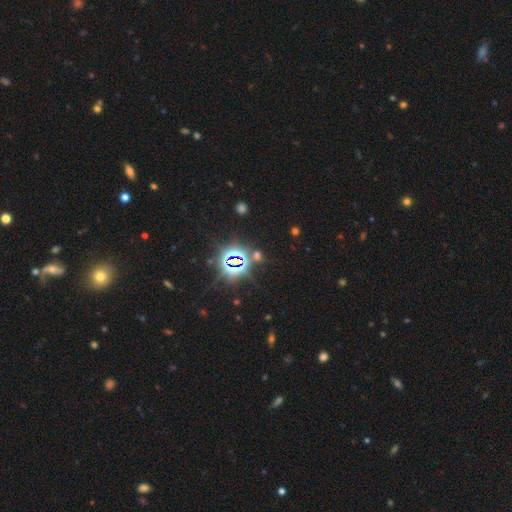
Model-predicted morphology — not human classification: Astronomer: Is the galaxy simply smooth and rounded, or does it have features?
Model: star or artifact — 81%.